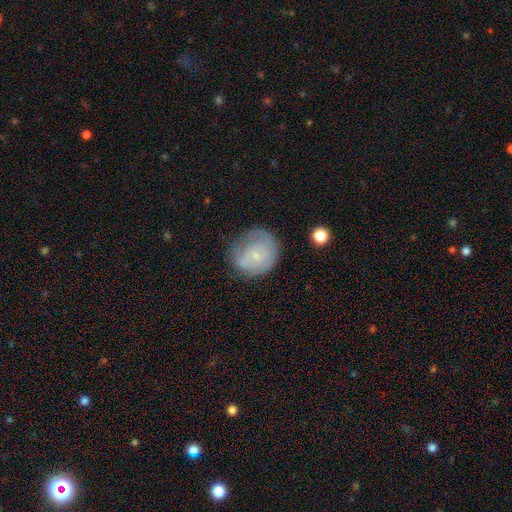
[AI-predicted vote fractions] Smooth or featured: smooth — 51% (featured or disk — 41%)
How rounded: round — 72% (in between — 27%)
Merging: none — 51% (minor disturbance — 29%)